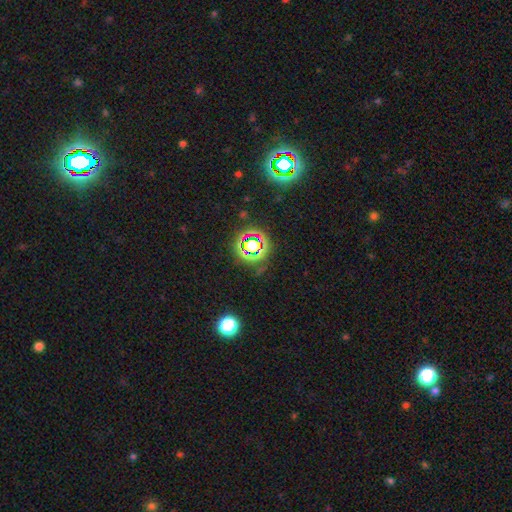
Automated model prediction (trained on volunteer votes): Q: Smooth or featured?
A: star or artifact (78%); runner-up: smooth (14%)